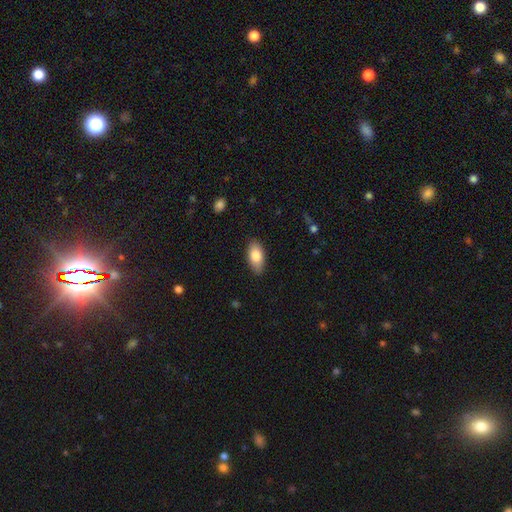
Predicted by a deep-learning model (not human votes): The model was most divided on "smooth or featured": smooth: 82%, featured or disk: 12%, star or artifact: 6%. More confident: how rounded — in between (92%); merging — none (86%).